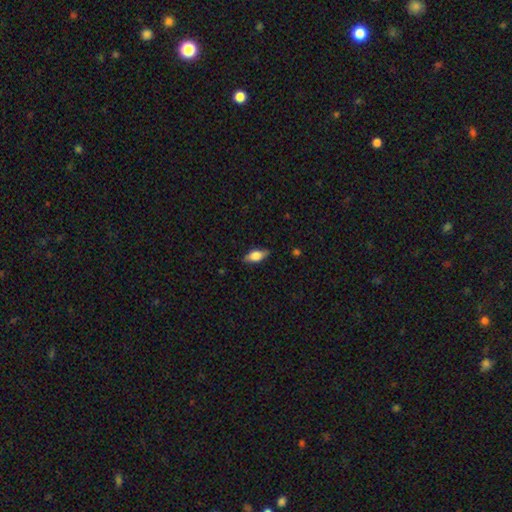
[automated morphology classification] Smooth or featured?
  - smooth: 61% *
  - featured or disk: 32%
  - star or artifact: 7%
How rounded?
  - in between: 79% *
  - cigar-shaped: 17%
  - round: 4%
Merging?
  - none: 83% *
  - minor disturbance: 13%
  - major disturbance: 3%
  - merger: 1%